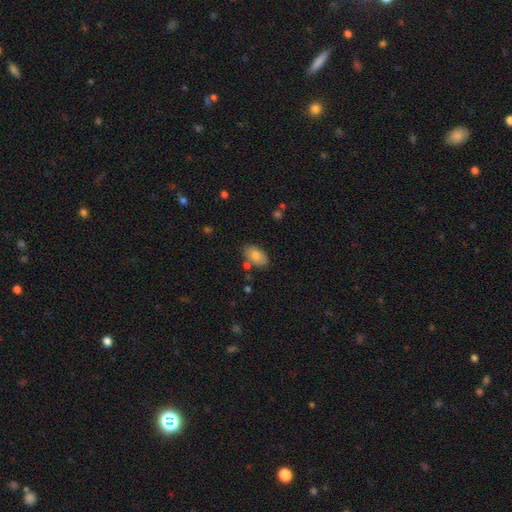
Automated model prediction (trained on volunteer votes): A smooth galaxy with no disk features (83%) that is in between round and cigar-shaped (93%). Merging: none (76%).